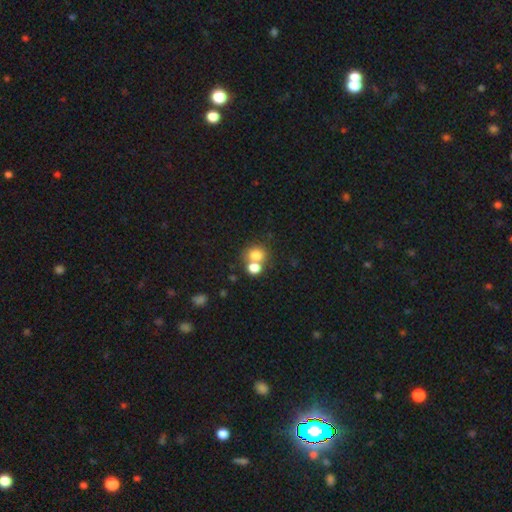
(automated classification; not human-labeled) Smooth or featured: smooth — 76% (star or artifact — 13%)
How rounded: round — 68% (in between — 31%)
Merging: merger — 46% (none — 43%)